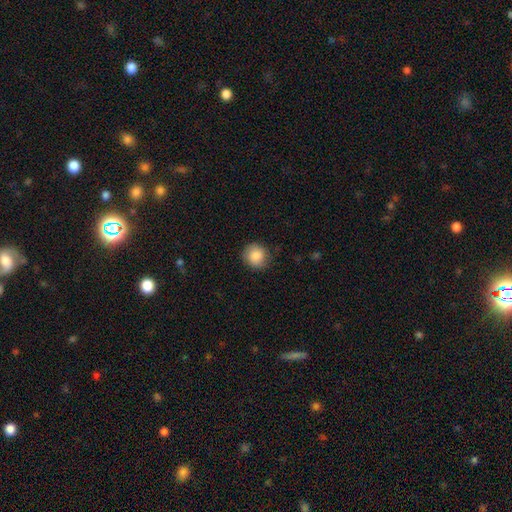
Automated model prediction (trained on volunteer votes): Smooth or featured? smooth (86%)
How rounded? round (88%)
Merging? none (83%)